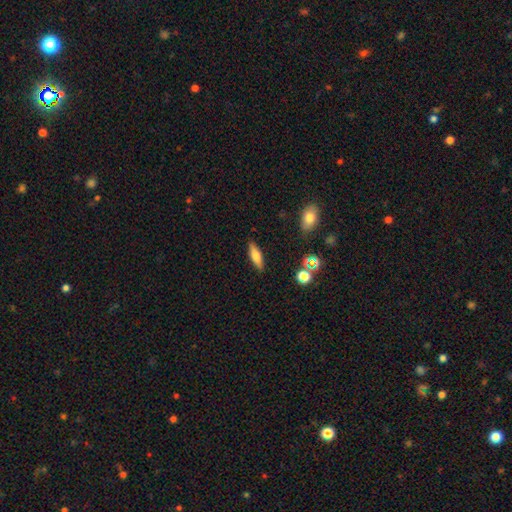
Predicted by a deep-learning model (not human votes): smooth 60%, featured or disk 31%, star or artifact 8%. Down the decision tree: how rounded — cigar-shaped (57%); merging — none (88%).